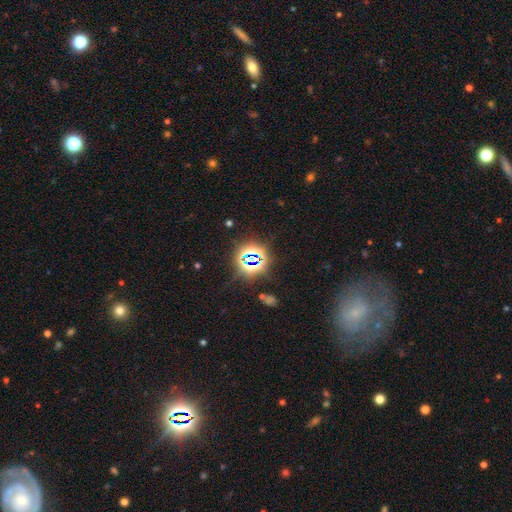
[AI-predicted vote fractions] smooth-or-featured: star or artifact: 78% | smooth: 14% | featured or disk: 8%